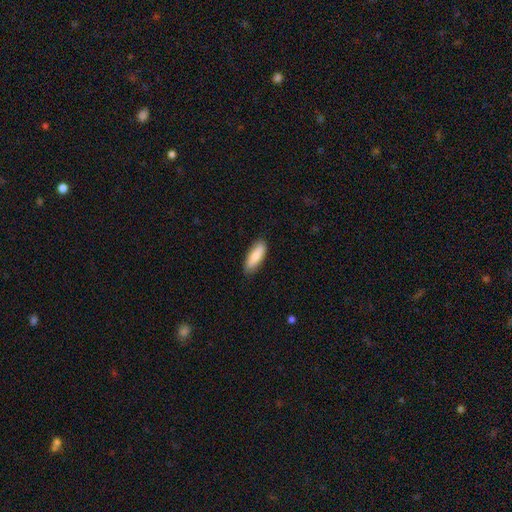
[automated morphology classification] Smooth or featured? smooth (81%)
How rounded? in between (60%)
Merging? none (85%)